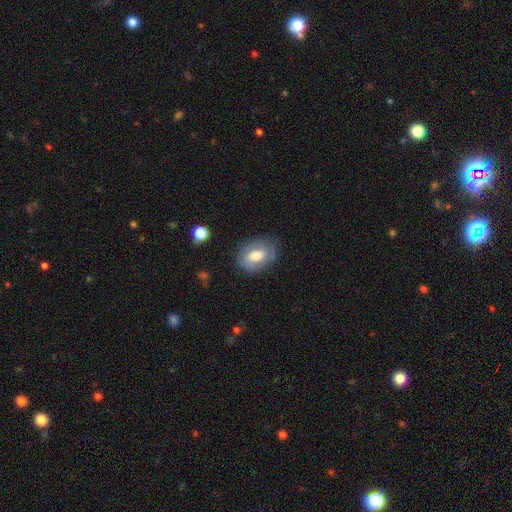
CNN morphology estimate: A featured or disk galaxy (57%) with a weak bar (45%), spiral arms (74%) and a moderate central bulge (58%). Merging: none (76%).